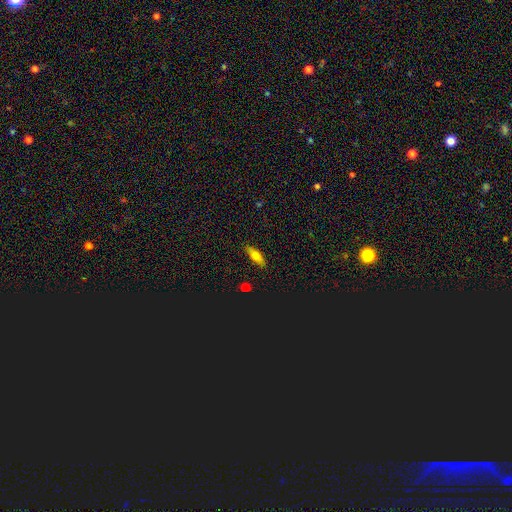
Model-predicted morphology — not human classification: This appears to be a smooth galaxy with no disk features (64%) that is in between round and cigar-shaped (55%). Merging: none (85%).